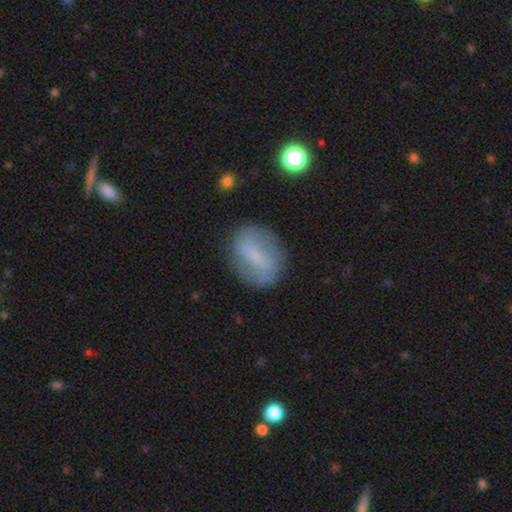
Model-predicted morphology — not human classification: A featured or disk galaxy (46%).

Vote fractions:
- Smooth or featured? featured or disk: 46% / smooth: 45% / star or artifact: 9%
- Merging? none: 77% / minor disturbance: 15% / major disturbance: 6% / merger: 2%